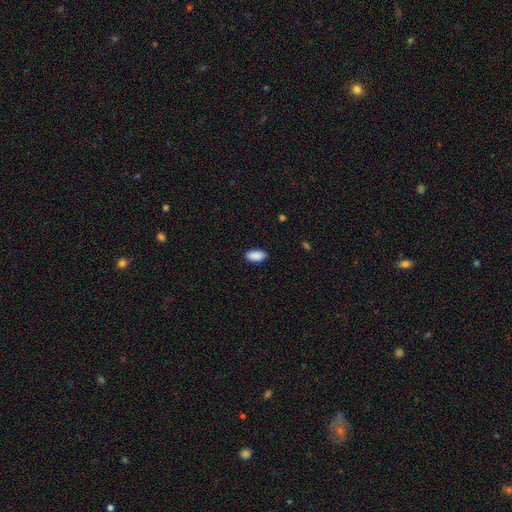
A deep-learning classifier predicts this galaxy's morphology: Smooth or featured: smooth — 91% (star or artifact — 7%)
How rounded: in between — 94% (cigar-shaped — 3%)
Merging: none — 88% (minor disturbance — 9%)